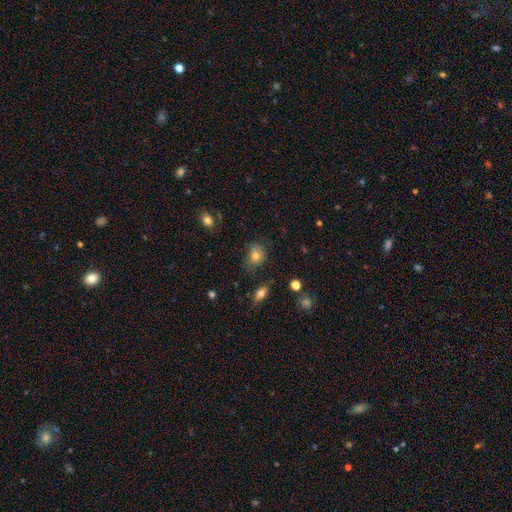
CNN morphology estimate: The model was most divided on "how rounded": in between: 53%, round: 46%, cigar-shaped: 1%. More confident: smooth or featured — smooth (76%); merging — none (64%).